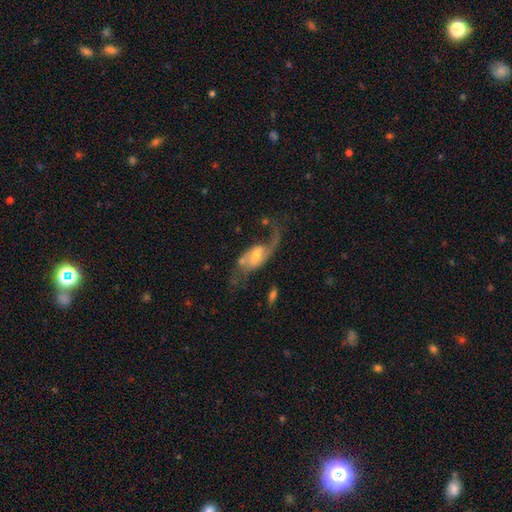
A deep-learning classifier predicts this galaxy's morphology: This appears to be a featured or disk galaxy (77%) with a weak bar (46%), 2 (69%) loose (75%) spiral arms (90%) and a moderate central bulge (45%). Merging: none (43%).